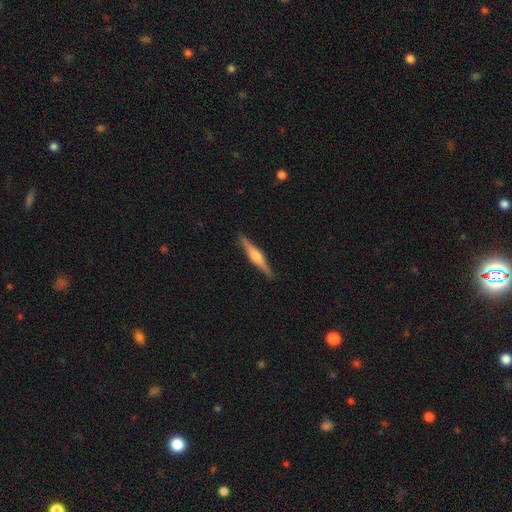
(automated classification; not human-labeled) This is likely a featured or disk galaxy (74%). It is clearly viewed edge-on (98%). Edge-on bulge: likely rounded (80%). Merging: clearly none (90%).